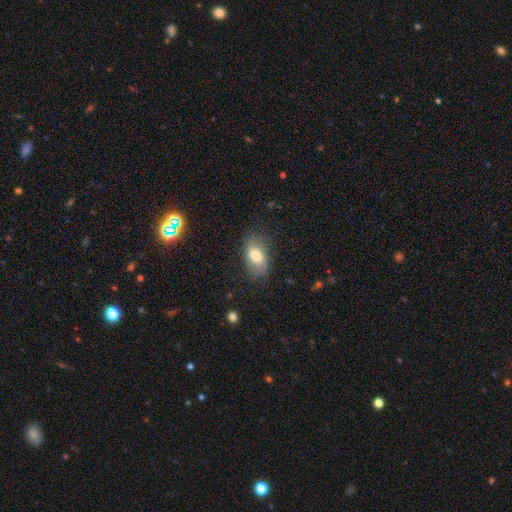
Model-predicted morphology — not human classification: The model was most divided on "smooth or featured": smooth: 62%, featured or disk: 29%, star or artifact: 8%. More confident: how rounded — in between (89%); merging — none (65%).